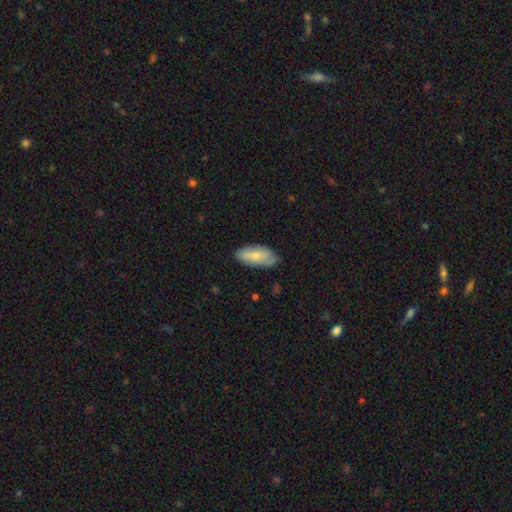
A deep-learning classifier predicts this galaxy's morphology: This appears to be a smooth galaxy with no disk features (67%) that is in between round and cigar-shaped (89%). Merging: none (66%).